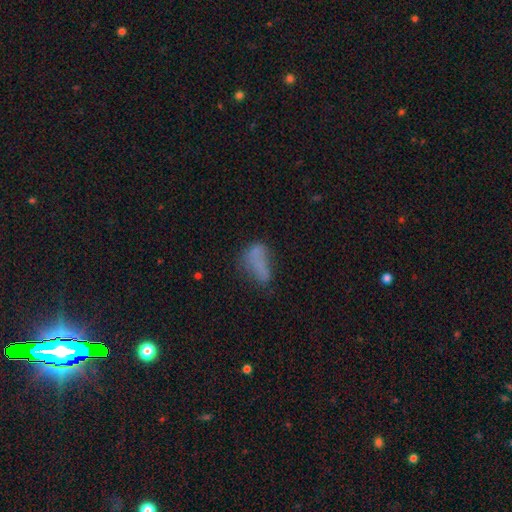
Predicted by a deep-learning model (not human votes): This is likely a smooth galaxy (66%). How rounded: clearly in between (83%). Merging: marginally none (33%).